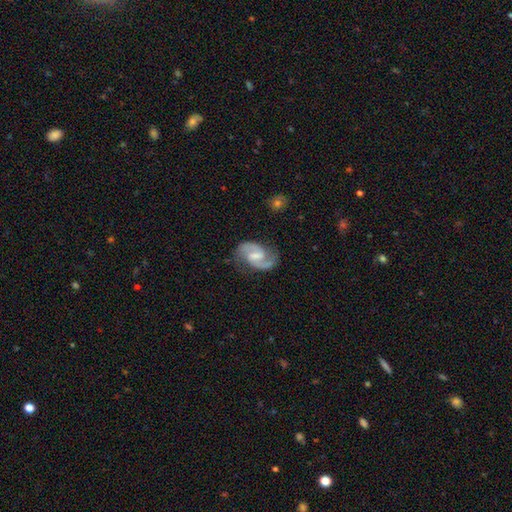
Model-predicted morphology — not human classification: Smooth or featured? Predicted: featured or disk (p=0.88). Edge-on disk? Predicted: no (p=0.98). Bar? Predicted: weak (p=0.58). Spiral arms? Predicted: yes (p=0.97). Spiral winding? Predicted: medium (p=0.60). Spiral arm count? Predicted: 2 (p=0.93). Bulge size? Predicted: small (p=0.34). Merging? Predicted: none (p=0.77).